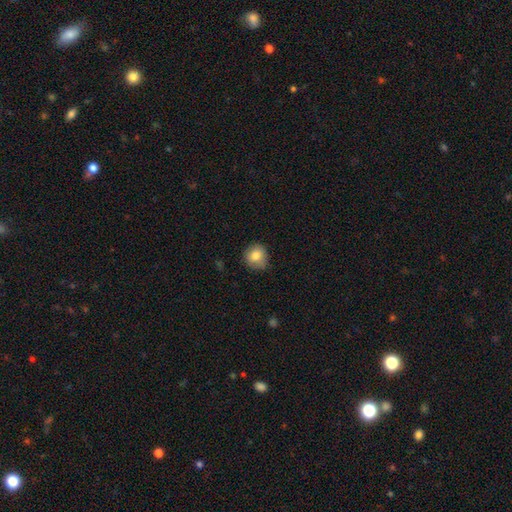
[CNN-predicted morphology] smooth-or-featured: smooth: 83% | star or artifact: 9% | featured or disk: 8%
  how-rounded: round: 87% | in between: 12% | cigar-shaped: 1%
  merging: none: 79% | minor disturbance: 17% | major disturbance: 3% | merger: 1%